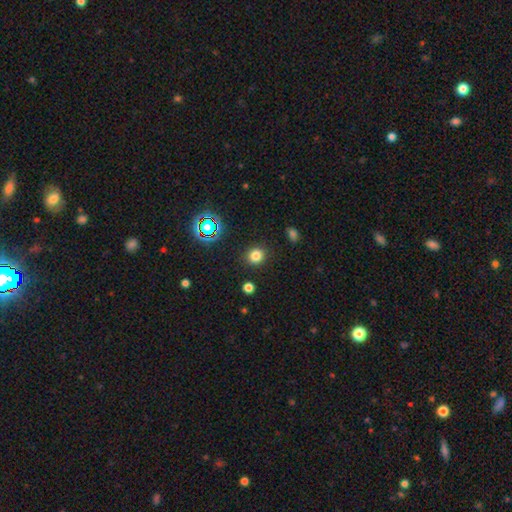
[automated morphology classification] Q: Smooth or featured?
A: smooth (78%); runner-up: star or artifact (17%)
Q: How rounded?
A: round (84%); runner-up: in between (15%)
Q: Merging?
A: none (88%); runner-up: minor disturbance (7%)